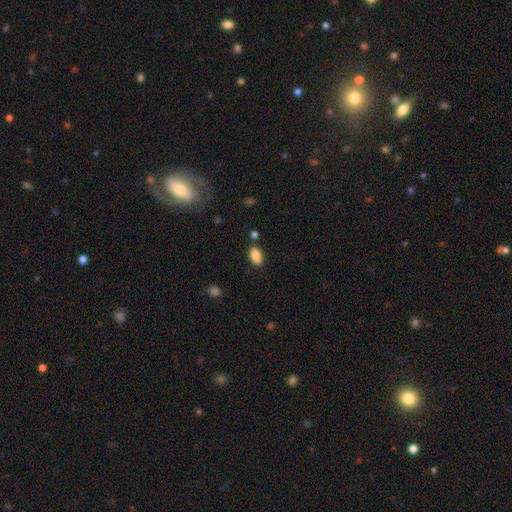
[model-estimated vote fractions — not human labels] This is clearly a smooth galaxy (87%). How rounded: clearly in between (93%). Merging: clearly none (83%).